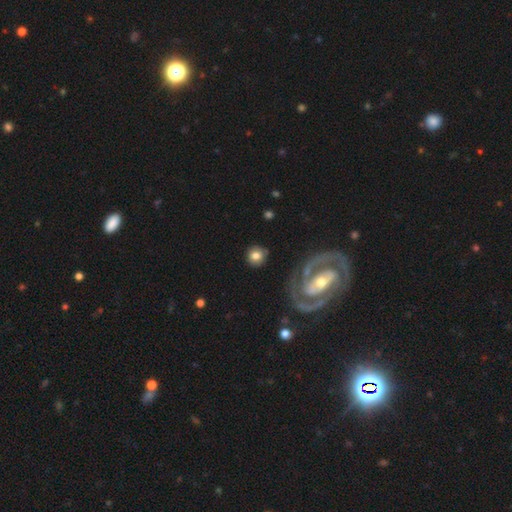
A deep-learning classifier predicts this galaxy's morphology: A smooth galaxy with no disk features (73%) that is round (89%). Merging: none (82%).